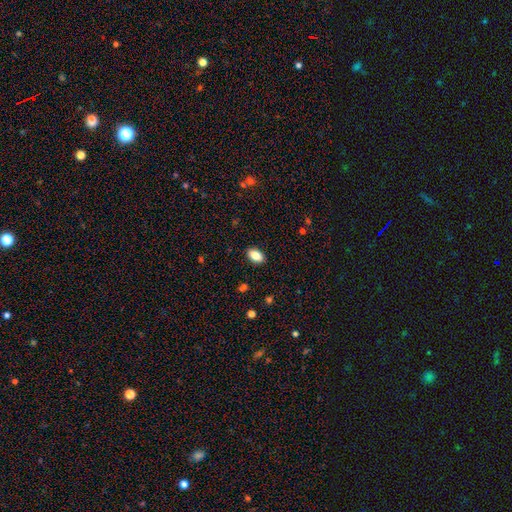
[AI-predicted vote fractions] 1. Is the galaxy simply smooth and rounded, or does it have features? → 84% smooth, 8% star or artifact, 8% featured or disk.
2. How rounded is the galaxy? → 90% in between, 8% round, 2% cigar-shaped.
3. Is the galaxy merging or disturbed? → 89% none, 8% minor disturbance, 2% major disturbance, 1% merger.